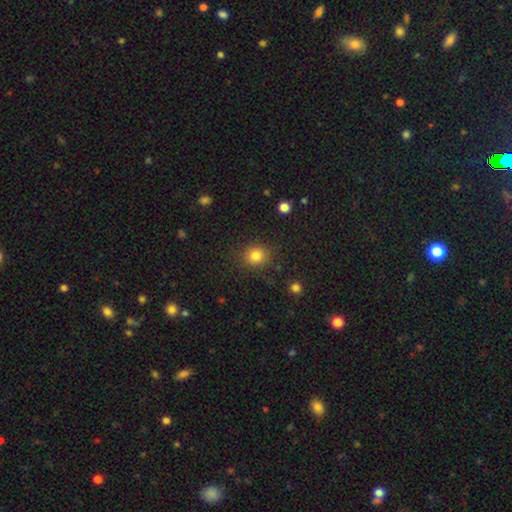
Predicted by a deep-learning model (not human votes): smooth-or-featured: smooth: 83% | star or artifact: 12% | featured or disk: 5%
  how-rounded: round: 83% | in between: 16% | cigar-shaped: 1%
  merging: none: 86% | minor disturbance: 9% | major disturbance: 3% | merger: 2%